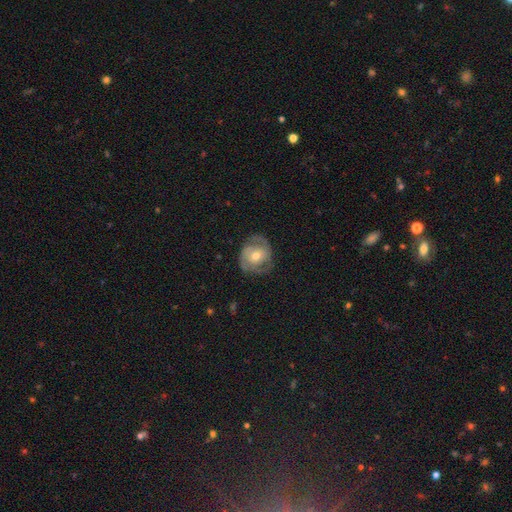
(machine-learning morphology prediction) Smooth or featured: featured or disk — 67% (smooth — 27%)
Edge-on disk: no — 97% (yes — 3%)
Bar: no — 68% (weak — 25%)
Spiral arms: yes — 80% (no — 20%)
Spiral winding: tight — 43% (medium — 41%)
Spiral arm count: 2 — 69% (can't tell — 17%)
Bulge size: moderate — 65% (small — 29%)
Merging: none — 69% (minor disturbance — 20%)